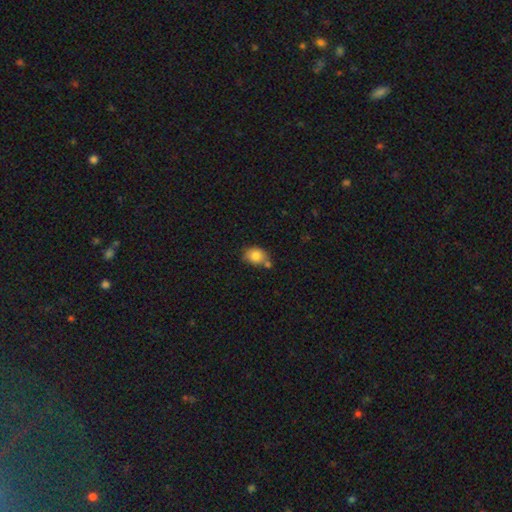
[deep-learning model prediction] This appears to be a smooth galaxy with no disk features (83%) that is in between round and cigar-shaped (55%). Merging: none (51%).